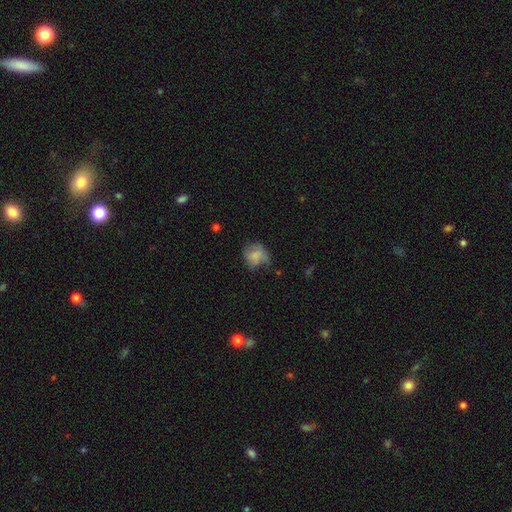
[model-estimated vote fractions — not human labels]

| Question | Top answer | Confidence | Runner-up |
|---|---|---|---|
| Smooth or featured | smooth | 68% | featured or disk (22%) |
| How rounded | round | 65% | in between (34%) |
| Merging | none | 39% | minor disturbance (34%) |